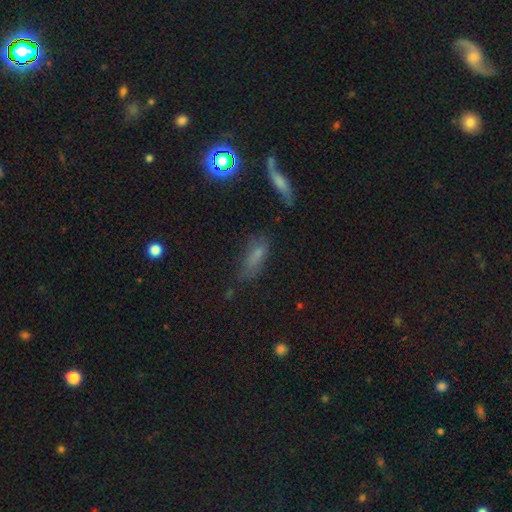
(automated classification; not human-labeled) Morphology: type=smooth (64%); roundness=in between (61%); merging=none (56%).